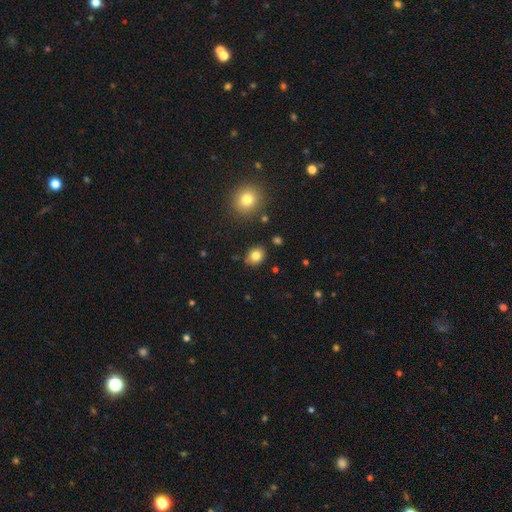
A smooth galaxy with no disk features (92%) that is round (68%). Merging: none (83%).